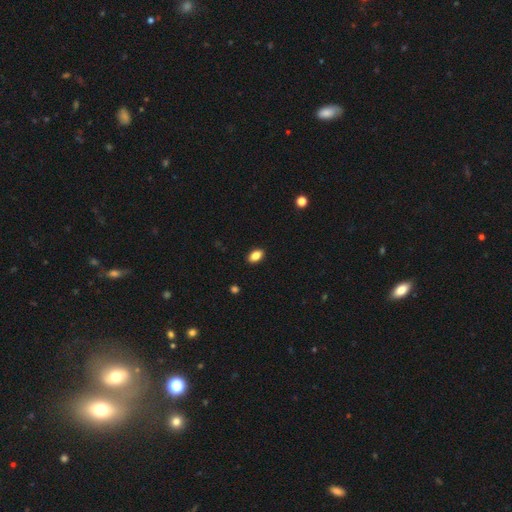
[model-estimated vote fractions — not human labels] Overall: smooth (86%). How rounded: in between (89%). Merging: none (90%).